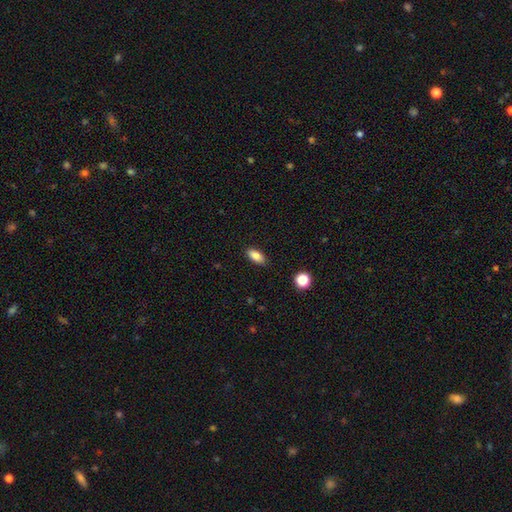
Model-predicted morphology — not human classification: smooth 86%, star or artifact 9%, featured or disk 5%. Down the decision tree: how rounded — in between (86%); merging — none (86%).